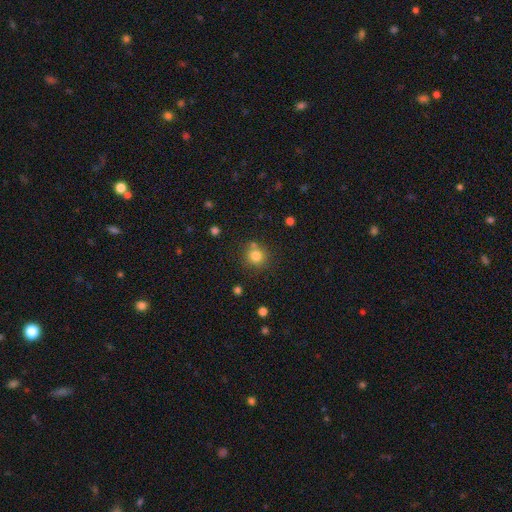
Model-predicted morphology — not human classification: Smooth or featured? Predicted: smooth (p=0.81). How rounded? Predicted: round (p=0.91). Merging? Predicted: none (p=0.75).